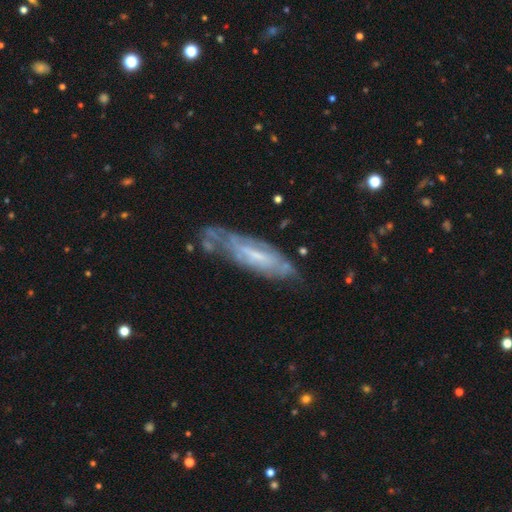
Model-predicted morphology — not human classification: Smooth or featured? featured or disk (67%)
Edge-on disk? no (70%)
Merging? none (55%)